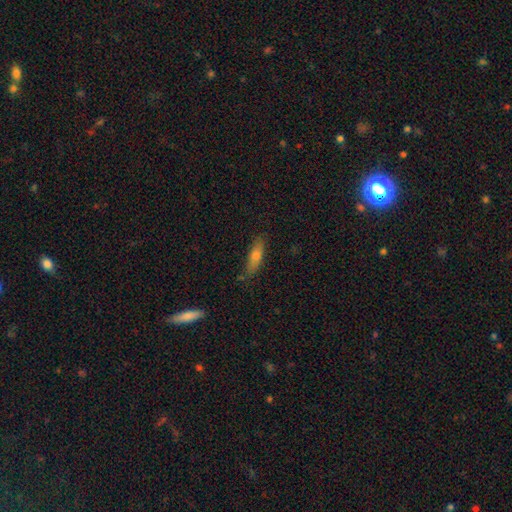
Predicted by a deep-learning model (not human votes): Smooth or featured?
  - smooth: 62% *
  - featured or disk: 30%
  - star or artifact: 9%
How rounded?
  - cigar-shaped: 73% *
  - in between: 25%
  - round: 2%
Merging?
  - none: 80% *
  - minor disturbance: 15%
  - major disturbance: 3%
  - merger: 2%